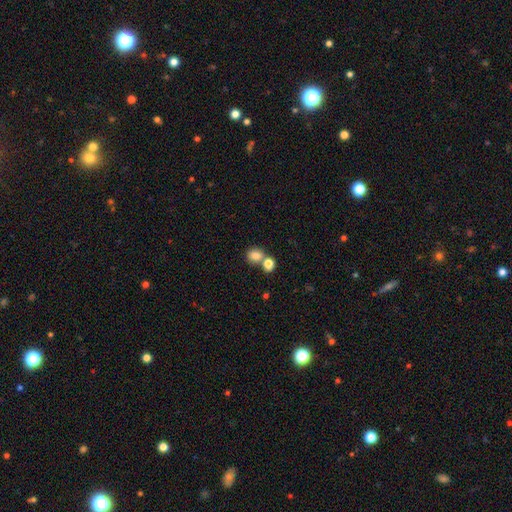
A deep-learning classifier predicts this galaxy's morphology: type=smooth (81%); roundness=round (68%); merging=none (46%).